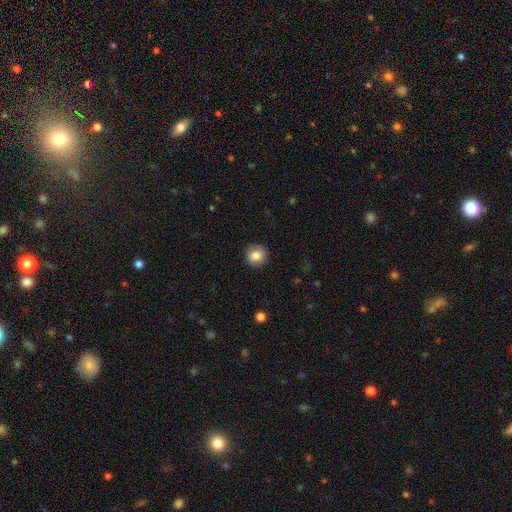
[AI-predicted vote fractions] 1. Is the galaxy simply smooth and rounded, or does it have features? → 82% smooth, 9% featured or disk, 9% star or artifact.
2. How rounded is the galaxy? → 92% round, 7% in between, 1% cigar-shaped.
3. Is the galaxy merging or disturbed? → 89% none, 8% minor disturbance, 2% major disturbance, 1% merger.